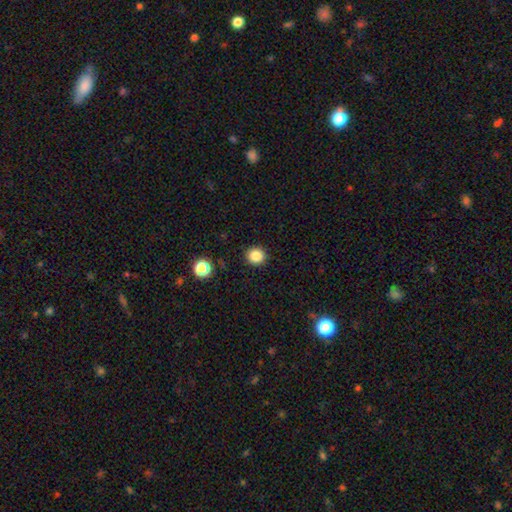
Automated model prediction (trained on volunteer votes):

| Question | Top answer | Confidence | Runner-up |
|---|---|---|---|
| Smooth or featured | smooth | 84% | star or artifact (12%) |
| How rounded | round | 92% | in between (7%) |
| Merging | none | 92% | minor disturbance (5%) |